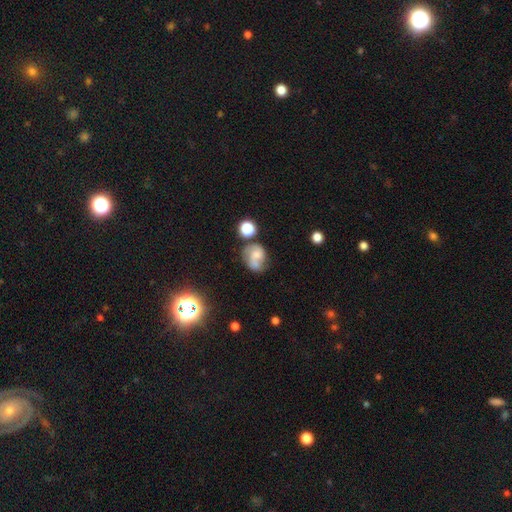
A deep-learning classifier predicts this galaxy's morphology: Q: Smooth or featured?
A: featured or disk (49%); runner-up: smooth (40%)
Q: Merging?
A: none (39%); runner-up: merger (22%)